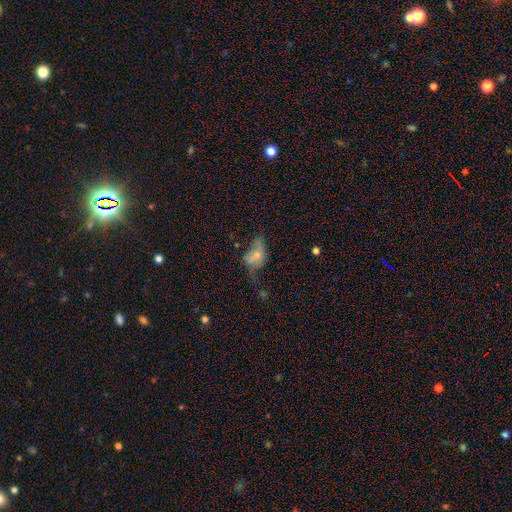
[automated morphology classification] smooth 52%, featured or disk 35%, star or artifact 13%. Down the decision tree: how rounded — in between (86%); merging — major disturbance (37%).